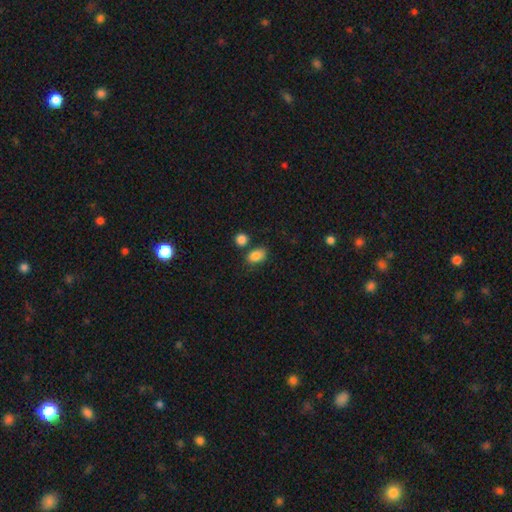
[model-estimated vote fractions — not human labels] A smooth galaxy with no disk features (86%) that is in between round and cigar-shaped (81%).

Vote fractions:
- Smooth or featured? smooth: 86% / star or artifact: 9% / featured or disk: 5%
- How rounded? in between: 81% / round: 18% / cigar-shaped: 1%
- Merging? none: 70% / minor disturbance: 14% / merger: 12% / major disturbance: 4%